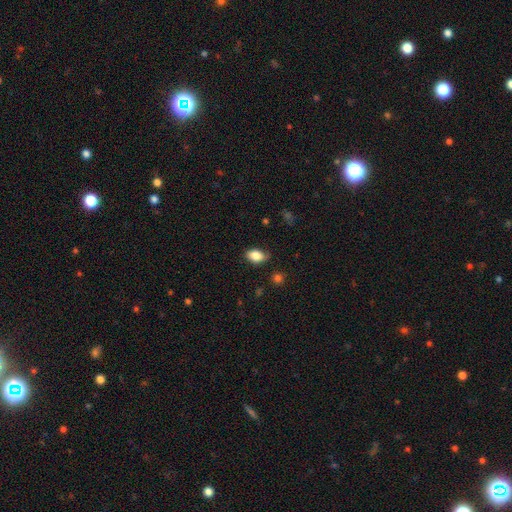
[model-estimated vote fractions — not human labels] smooth 84%, featured or disk 8%, star or artifact 8%. Down the decision tree: how rounded — in between (88%); merging — none (70%).